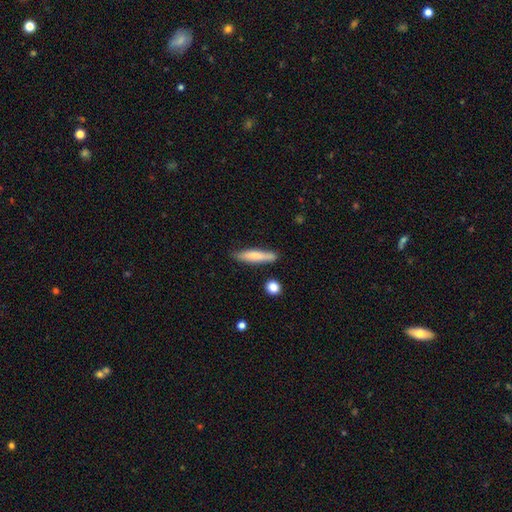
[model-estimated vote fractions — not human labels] smooth_or_featured: smooth (p=0.73) [alt: featured or disk p=0.21]
how_rounded: cigar-shaped (p=0.84) [alt: in between p=0.14]
merging: none (p=0.78) [alt: minor disturbance p=0.15]